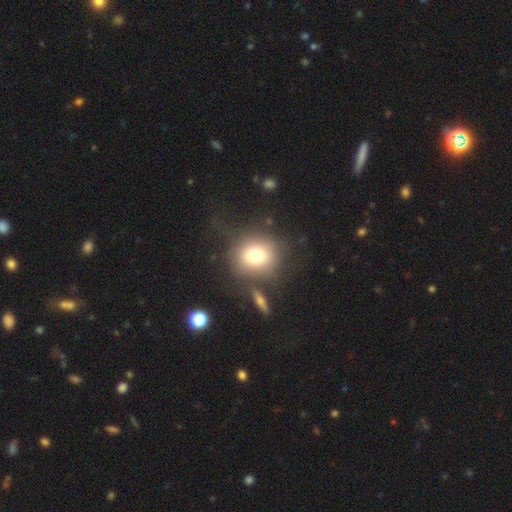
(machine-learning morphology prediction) Smooth or featured? Predicted: smooth (p=0.74). How rounded? Predicted: round (p=0.83). Merging? Predicted: none (p=0.66).